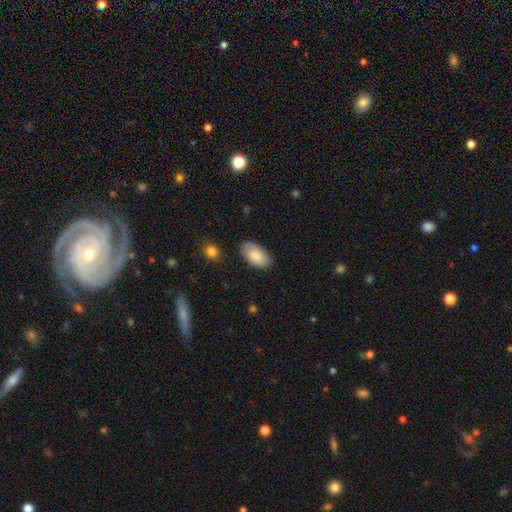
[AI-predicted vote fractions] This is clearly a smooth galaxy (84%). How rounded: clearly in between (96%). Merging: clearly none (85%).